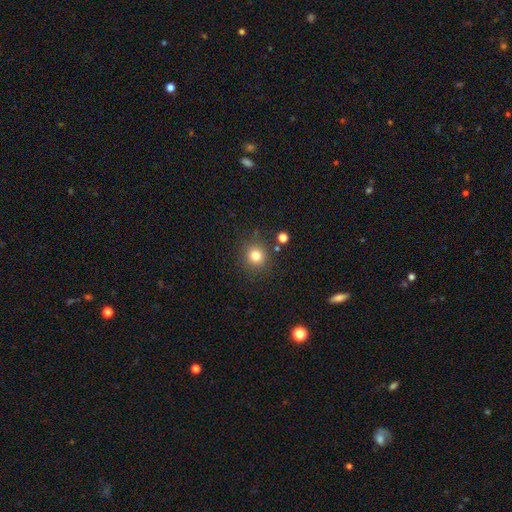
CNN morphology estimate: Smooth or featured?
  - smooth: 80% *
  - star or artifact: 13%
  - featured or disk: 7%
How rounded?
  - round: 91% *
  - in between: 8%
  - cigar-shaped: 1%
Merging?
  - none: 85% *
  - minor disturbance: 9%
  - merger: 4%
  - major disturbance: 3%